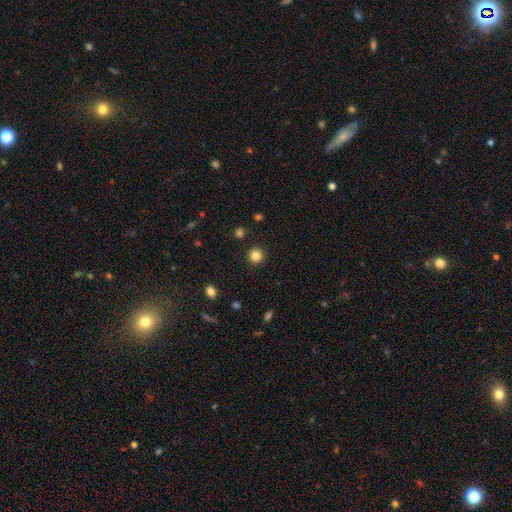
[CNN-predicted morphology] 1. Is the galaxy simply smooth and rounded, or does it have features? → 84% smooth, 12% star or artifact, 4% featured or disk.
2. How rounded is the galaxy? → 94% round, 6% in between, 1% cigar-shaped.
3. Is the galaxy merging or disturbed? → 91% none, 5% minor disturbance, 2% major disturbance, 2% merger.